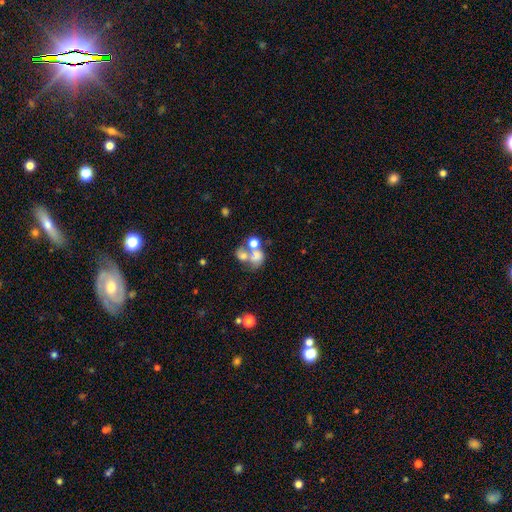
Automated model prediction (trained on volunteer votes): Smooth or featured? smooth (61%)
How rounded? round (58%)
Merging? merger (58%)